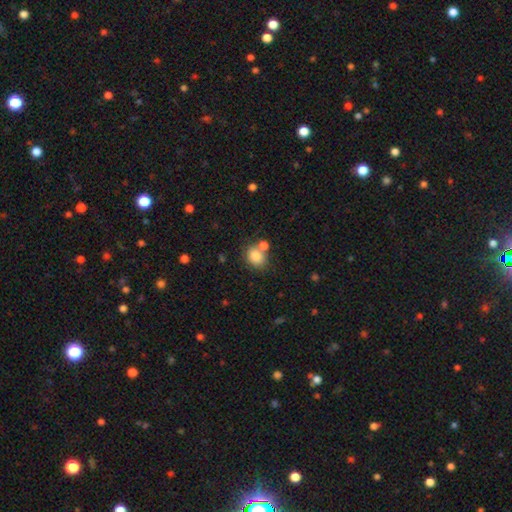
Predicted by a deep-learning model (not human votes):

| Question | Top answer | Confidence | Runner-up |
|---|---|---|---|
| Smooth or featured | smooth | 83% | star or artifact (10%) |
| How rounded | round | 59% | in between (40%) |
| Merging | none | 60% | merger (24%) |